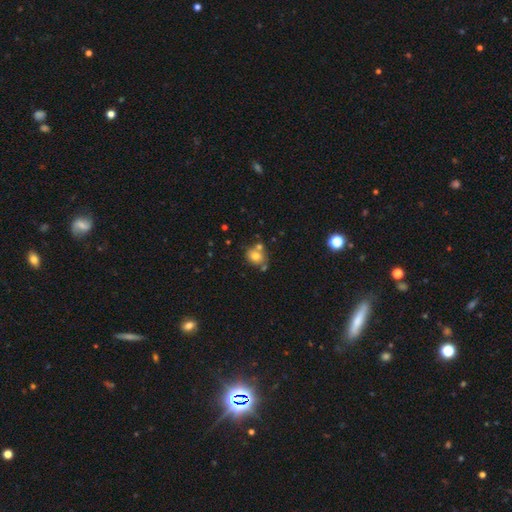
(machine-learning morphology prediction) smooth 74%, featured or disk 15%, star or artifact 11%. Down the decision tree: how rounded — round (57%); merging — none (54%).